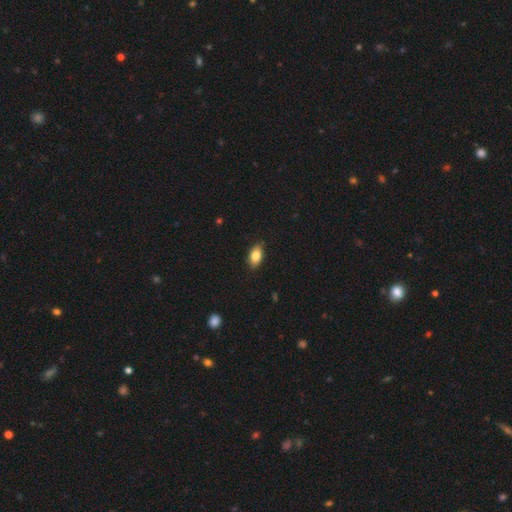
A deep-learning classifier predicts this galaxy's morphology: Smooth or featured: smooth — 82% (featured or disk — 11%)
How rounded: in between — 89% (round — 7%)
Merging: none — 84% (minor disturbance — 13%)